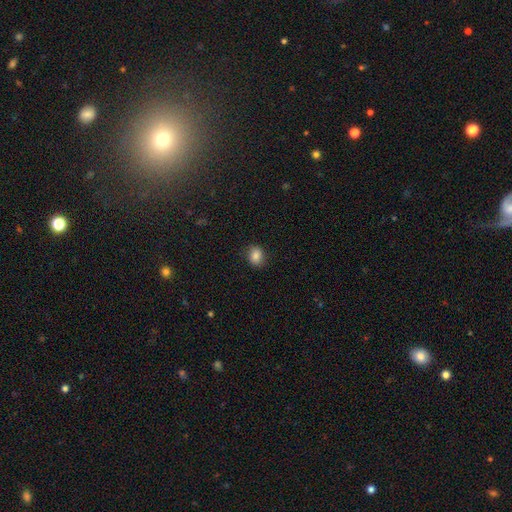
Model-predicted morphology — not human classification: smooth-or-featured: smooth: 83% | star or artifact: 10% | featured or disk: 6%
  how-rounded: round: 60% | in between: 39% | cigar-shaped: 1%
  merging: none: 84% | minor disturbance: 12% | major disturbance: 3% | merger: 1%